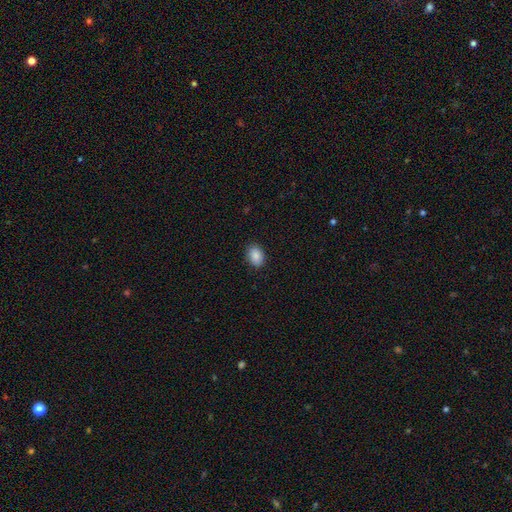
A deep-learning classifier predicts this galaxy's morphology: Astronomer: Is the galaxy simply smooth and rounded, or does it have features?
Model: smooth — 88%.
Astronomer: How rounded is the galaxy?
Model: in between — 79%.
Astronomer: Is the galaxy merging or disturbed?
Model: none — 88%.